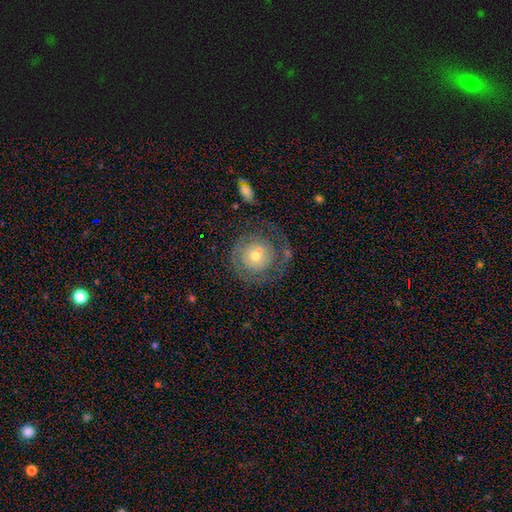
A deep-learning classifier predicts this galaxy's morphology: smooth-or-featured: featured or disk: 59% | smooth: 33% | star or artifact: 8%
  disk-edge-on: no: 97% | yes: 3%
    bar: no: 83% | weak: 14% | strong: 3%
    has-spiral-arms: yes: 62% | no: 38%
    bulge-size: small: 52% | moderate: 40% | large: 5% | none: 2% | dominant: 2%
  merging: none: 54% | major disturbance: 20% | minor disturbance: 17% | merger: 9%